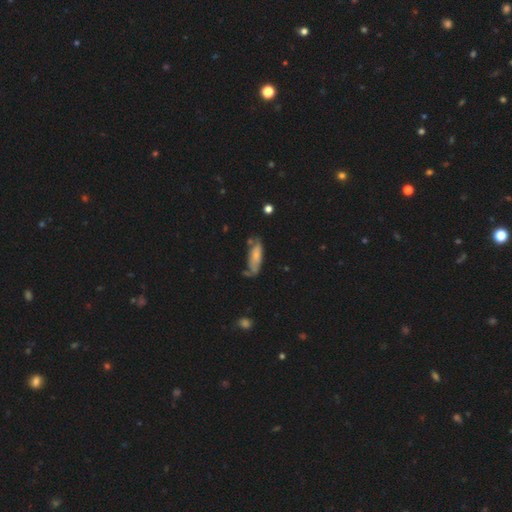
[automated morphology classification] Smooth or featured? smooth (67%)
How rounded? in between (58%)
Merging? none (51%)